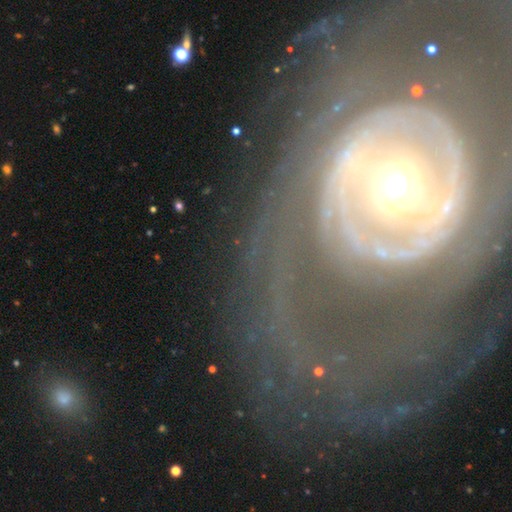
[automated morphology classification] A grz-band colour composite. It shows a featured or disk galaxy (81%) with no bar (58%), tight (68%) spiral arms (70%) and a moderate central bulge (61%). Merging: none (61%).